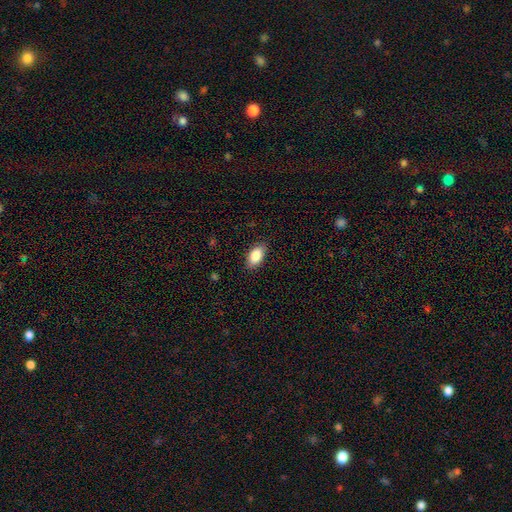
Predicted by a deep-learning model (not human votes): Smooth or featured: smooth — 86% (star or artifact — 7%)
How rounded: in between — 92% (round — 5%)
Merging: none — 87% (minor disturbance — 10%)